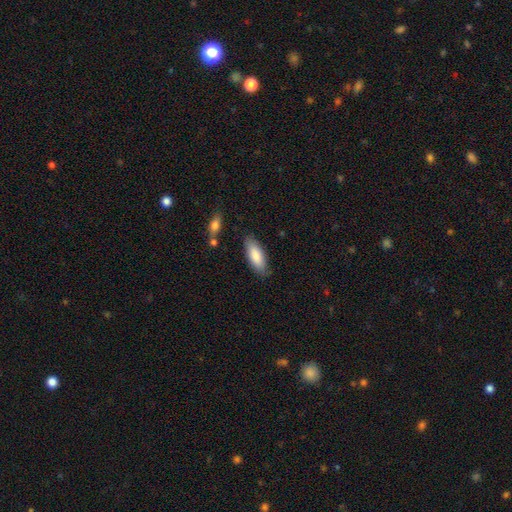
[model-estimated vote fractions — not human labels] The model was most divided on "how rounded": in between: 74%, cigar-shaped: 24%, round: 2%. More confident: smooth or featured — smooth (84%); merging — none (81%).